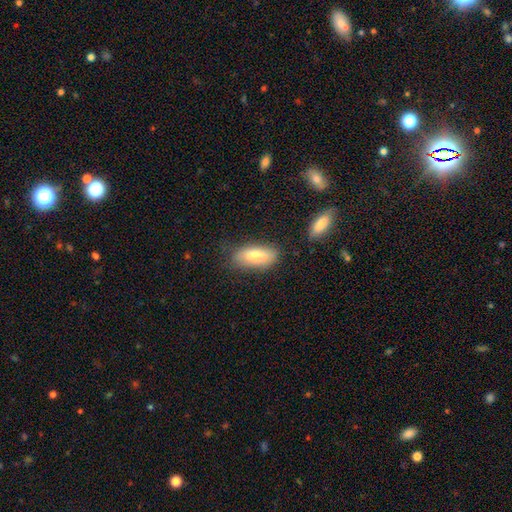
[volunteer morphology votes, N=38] Volunteers were most divided on "merging": none: 70%, minor disturbance: 24%, major disturbance: 5%, merger: 0%. More confident: smooth or featured — smooth (92%); how rounded — in between (83%).